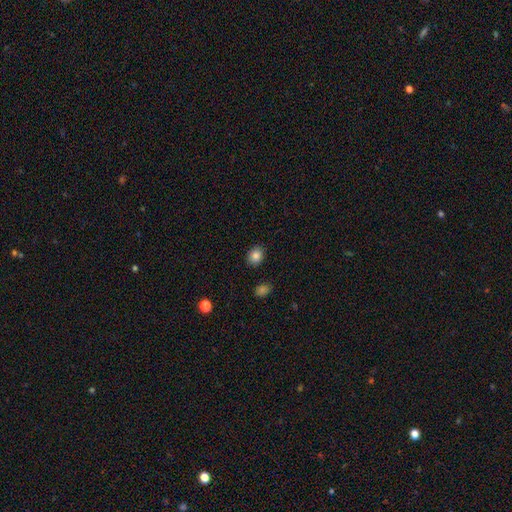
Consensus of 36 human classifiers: Smooth or featured?
  - smooth: 86% *
  - featured or disk: 11%
  - star or artifact: 3%
How rounded?
  - round: 58% *
  - in between: 42%
  - cigar-shaped: 0%
Merging?
  - none: 77% *
  - minor disturbance: 20%
  - major disturbance: 3%
  - merger: 0%